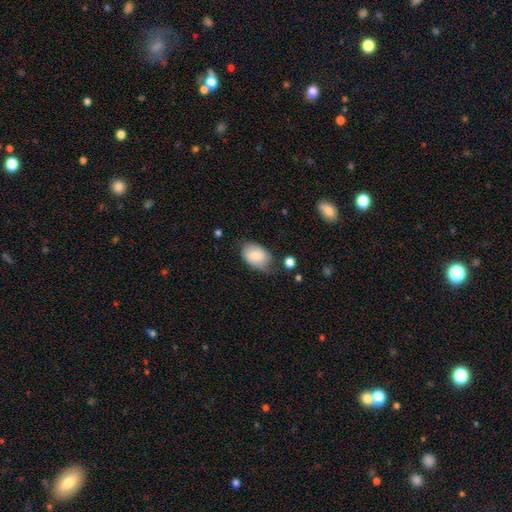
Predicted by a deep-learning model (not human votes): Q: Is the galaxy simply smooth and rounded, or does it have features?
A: smooth — 74%.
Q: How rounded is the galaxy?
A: in between — 86%.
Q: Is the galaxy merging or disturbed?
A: none — 52%.